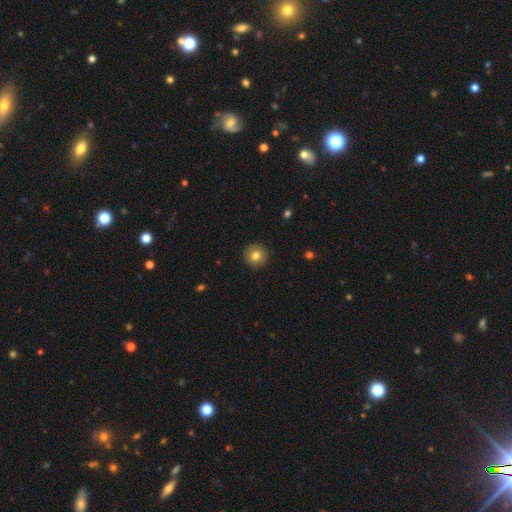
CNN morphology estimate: smooth-or-featured: smooth: 80% | featured or disk: 11% | star or artifact: 10%
  how-rounded: round: 95% | in between: 4% | cigar-shaped: 1%
  merging: none: 91% | minor disturbance: 6% | major disturbance: 2% | merger: 1%